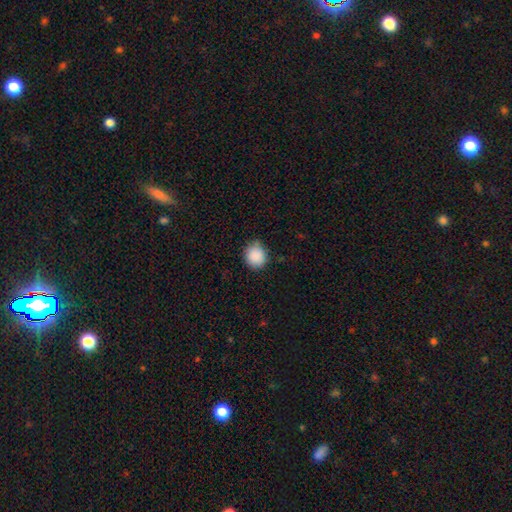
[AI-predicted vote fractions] Smooth or featured?
  - smooth: 89% *
  - star or artifact: 8%
  - featured or disk: 3%
How rounded?
  - round: 78% *
  - in between: 21%
  - cigar-shaped: 1%
Merging?
  - none: 77% *
  - minor disturbance: 19%
  - major disturbance: 3%
  - merger: 1%